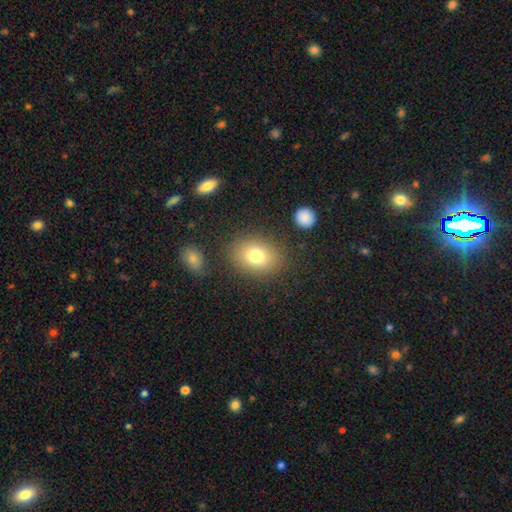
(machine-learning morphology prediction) This appears to be a smooth galaxy with no disk features (77%) that is in between round and cigar-shaped (60%). Merging: none (83%).